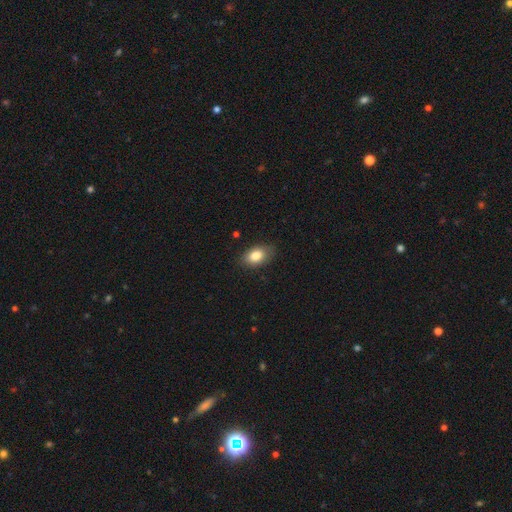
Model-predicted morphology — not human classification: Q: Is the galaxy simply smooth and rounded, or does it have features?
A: smooth — 83%.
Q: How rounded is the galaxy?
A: in between — 87%.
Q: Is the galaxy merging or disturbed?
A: none — 81%.